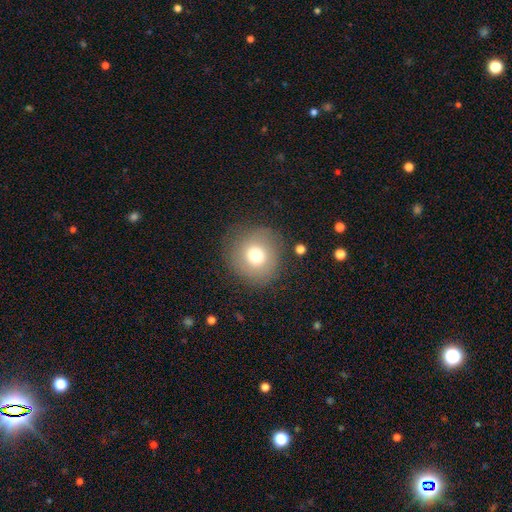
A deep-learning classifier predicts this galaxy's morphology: Smooth or featured: smooth — 72% (featured or disk — 17%)
How rounded: round — 90% (in between — 9%)
Merging: none — 80% (minor disturbance — 12%)